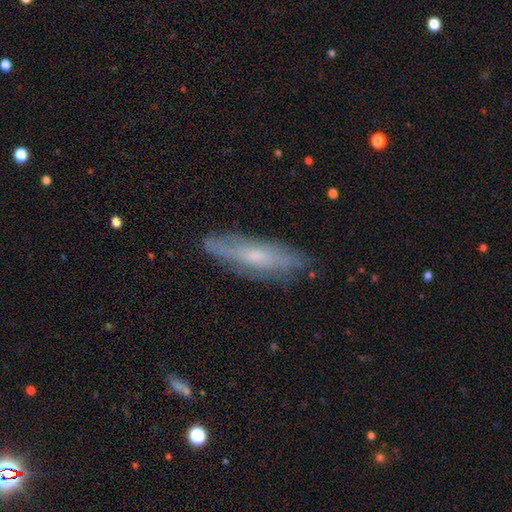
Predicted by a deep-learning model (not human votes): Smooth or featured? featured or disk (51%)
Edge-on disk? no (51%)
Merging? none (77%)